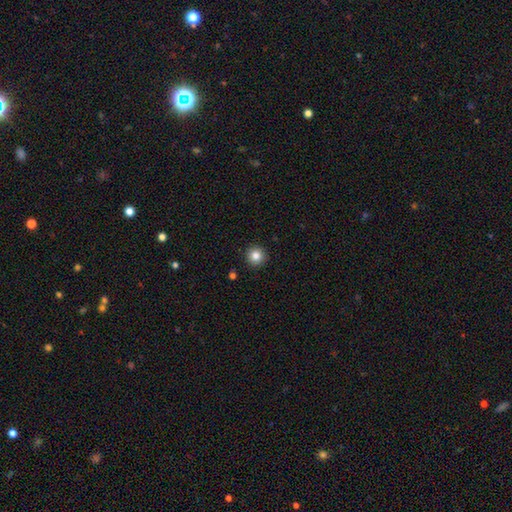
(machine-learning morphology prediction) smooth-or-featured: smooth: 83% | star or artifact: 11% | featured or disk: 6%
  how-rounded: round: 96% | in between: 3% | cigar-shaped: 1%
  merging: none: 93% | minor disturbance: 5% | major disturbance: 2% | merger: 1%